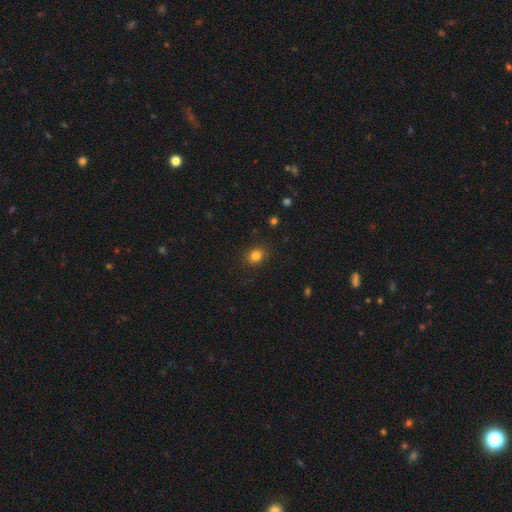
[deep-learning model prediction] Smooth or featured? Predicted: smooth (p=0.82). How rounded? Predicted: round (p=0.68). Merging? Predicted: none (p=0.87).